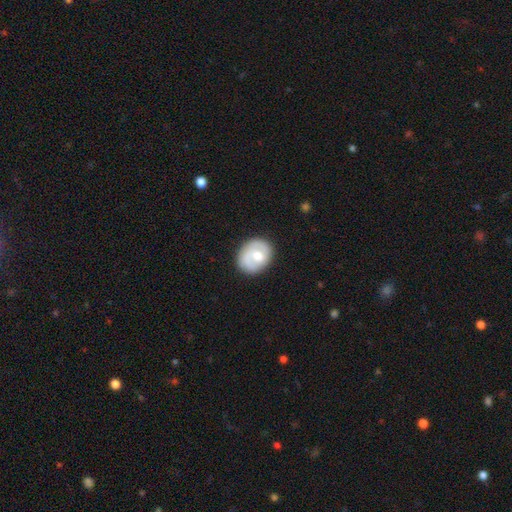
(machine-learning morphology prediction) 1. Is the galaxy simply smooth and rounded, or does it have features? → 52% smooth, 42% featured or disk, 6% star or artifact.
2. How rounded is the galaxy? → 62% round, 38% in between, 1% cigar-shaped.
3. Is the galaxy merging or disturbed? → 75% none, 17% minor disturbance, 6% major disturbance, 2% merger.